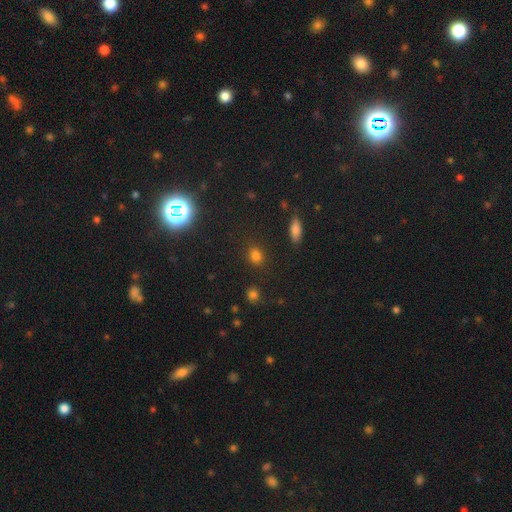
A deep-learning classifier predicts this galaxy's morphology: This appears to be a smooth galaxy with no disk features (74%) that is round (53%). Merging: none (83%).